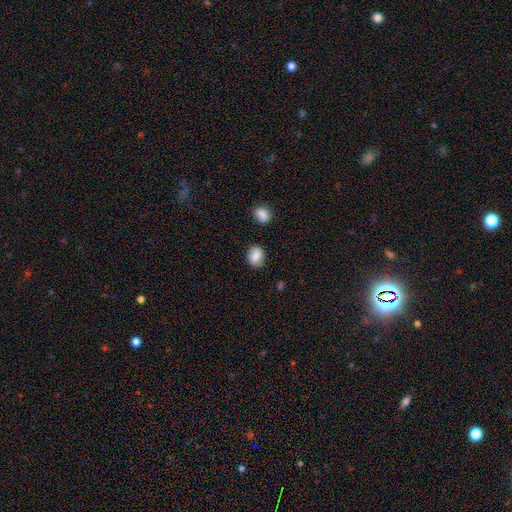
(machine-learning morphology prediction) This is clearly a smooth galaxy (84%). How rounded: likely in between (63%). Merging: likely none (79%).